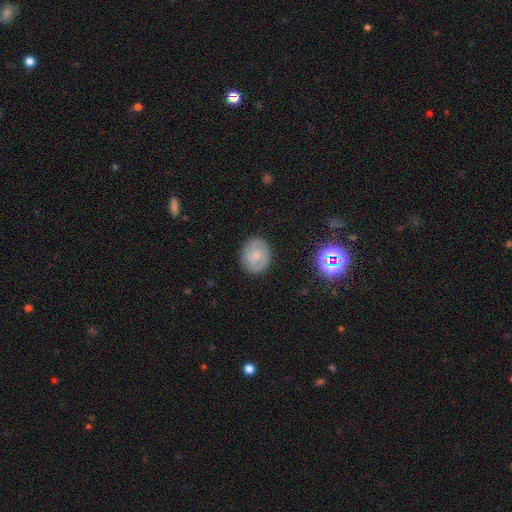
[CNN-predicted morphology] Q: Smooth or featured?
A: featured or disk (51%); runner-up: smooth (40%)
Q: Edge-on disk?
A: no (97%); runner-up: yes (3%)
Q: Merging?
A: none (85%); runner-up: minor disturbance (11%)